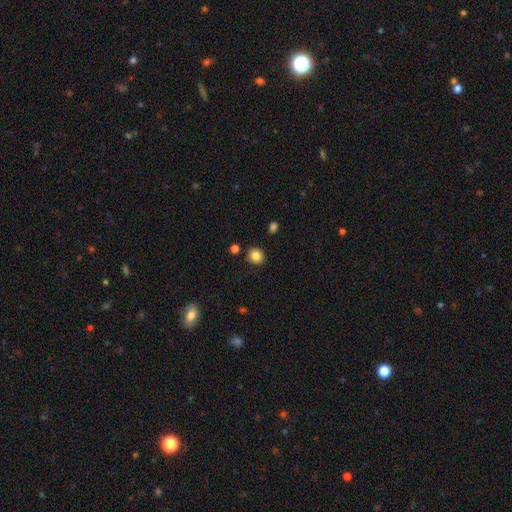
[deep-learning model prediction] This is clearly a smooth galaxy (84%). How rounded: clearly round (85%). Merging: clearly none (87%).